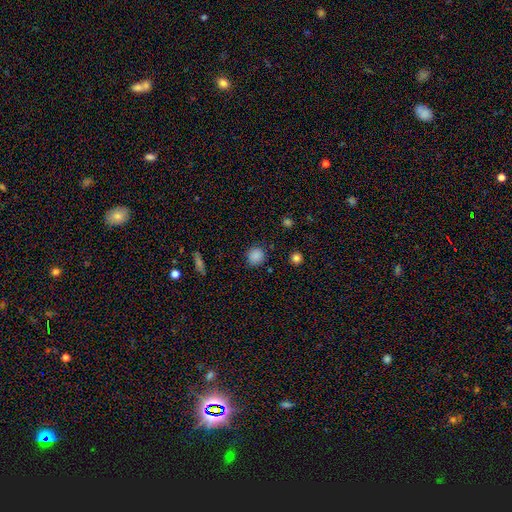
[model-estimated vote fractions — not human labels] Q: Smooth or featured?
A: smooth (85%); runner-up: star or artifact (12%)
Q: How rounded?
A: round (85%); runner-up: in between (14%)
Q: Merging?
A: none (86%); runner-up: minor disturbance (9%)